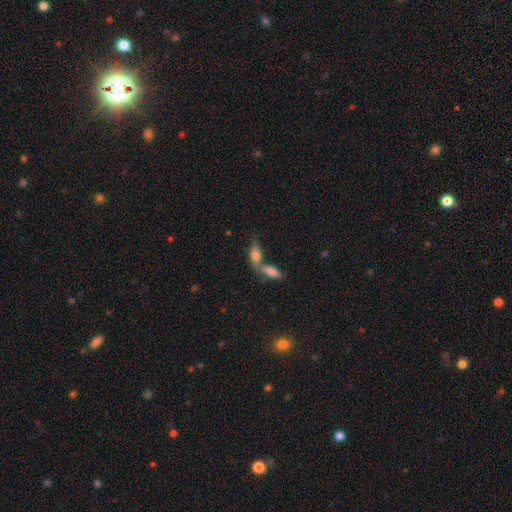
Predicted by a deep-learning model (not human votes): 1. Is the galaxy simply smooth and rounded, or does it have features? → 72% smooth, 20% featured or disk, 8% star or artifact.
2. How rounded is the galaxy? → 72% in between, 25% cigar-shaped, 4% round.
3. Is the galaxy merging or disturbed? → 52% merger, 34% none, 9% minor disturbance, 4% major disturbance.